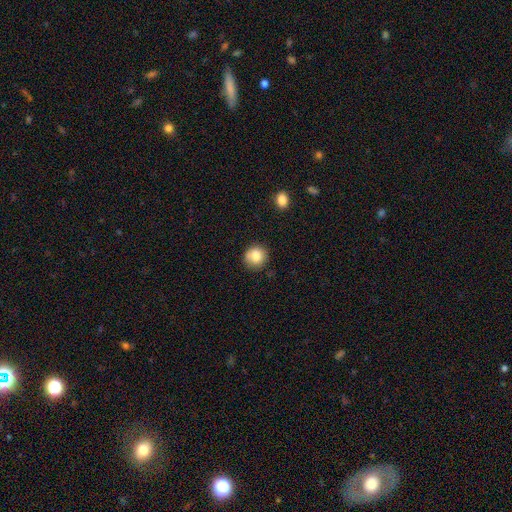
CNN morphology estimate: Smooth or featured?
  - smooth: 81% *
  - star or artifact: 10%
  - featured or disk: 9%
How rounded?
  - round: 88% *
  - in between: 11%
  - cigar-shaped: 1%
Merging?
  - none: 78% *
  - minor disturbance: 16%
  - major disturbance: 3%
  - merger: 3%